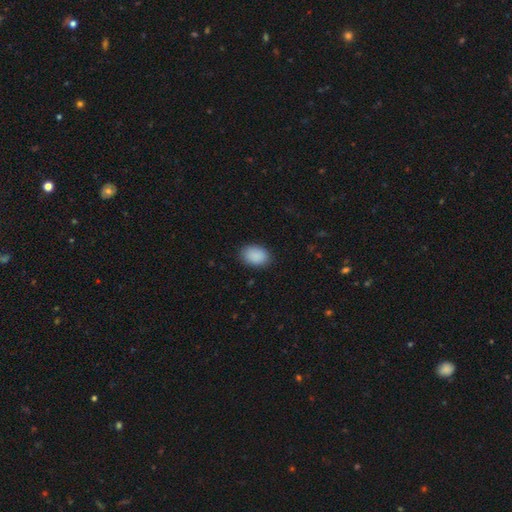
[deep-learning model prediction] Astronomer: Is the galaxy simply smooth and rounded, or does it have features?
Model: smooth — 90%.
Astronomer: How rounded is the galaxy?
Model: in between — 81%.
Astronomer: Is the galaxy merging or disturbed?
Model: none — 86%.